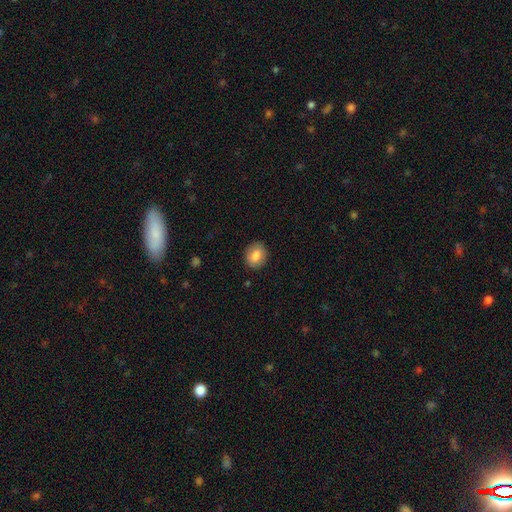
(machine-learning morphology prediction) A smooth galaxy with no disk features (81%) that is round (58%). Merging: none (86%).